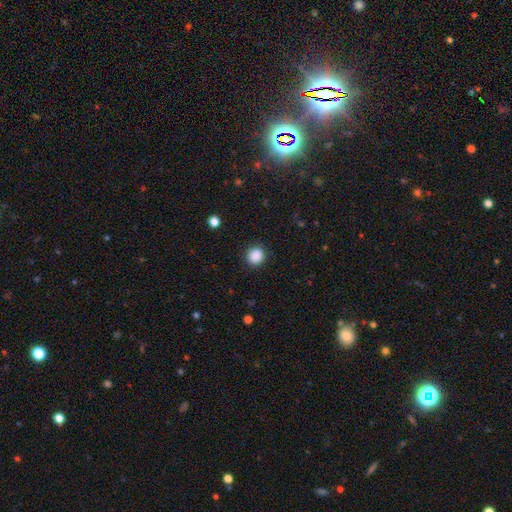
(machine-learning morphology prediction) Smooth or featured? smooth (88%)
How rounded? round (91%)
Merging? none (90%)